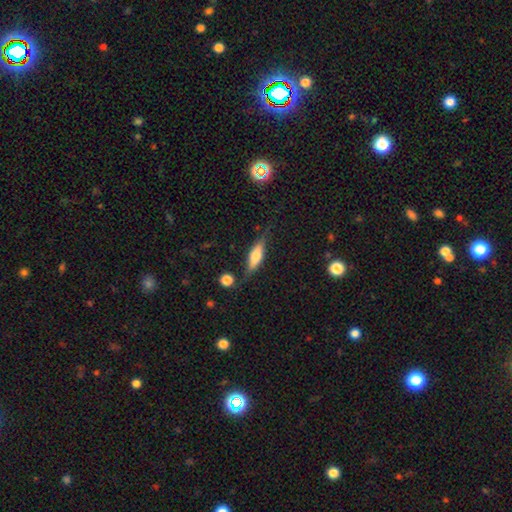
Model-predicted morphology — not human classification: Smooth or featured?
  - smooth: 50% *
  - featured or disk: 43%
  - star or artifact: 7%
Merging?
  - none: 70% *
  - minor disturbance: 19%
  - major disturbance: 6%
  - merger: 4%